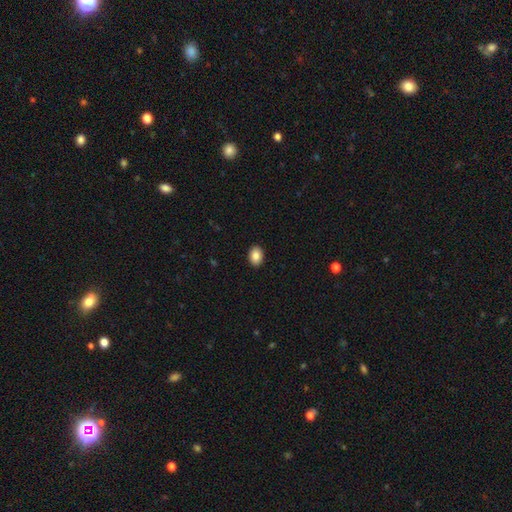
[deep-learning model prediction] smooth 87%, star or artifact 8%, featured or disk 5%. Down the decision tree: how rounded — in between (77%); merging — none (91%).